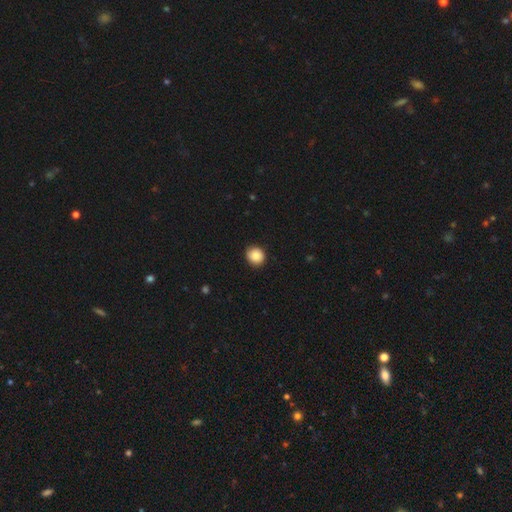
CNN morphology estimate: Q: Smooth or featured?
A: smooth (88%); runner-up: star or artifact (8%)
Q: How rounded?
A: round (83%); runner-up: in between (17%)
Q: Merging?
A: none (88%); runner-up: minor disturbance (9%)